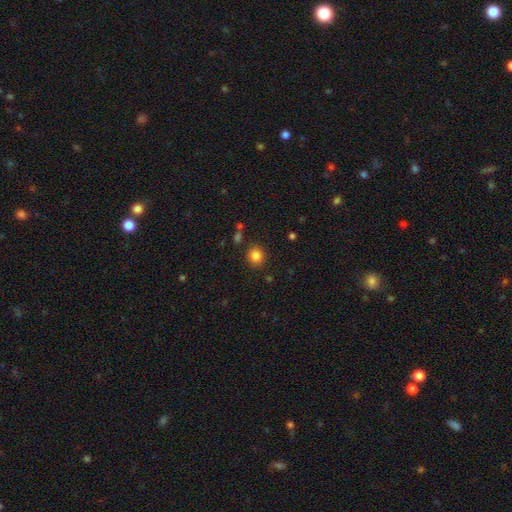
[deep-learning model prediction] smooth-or-featured: smooth: 83% | star or artifact: 12% | featured or disk: 5%
  how-rounded: round: 83% | in between: 16% | cigar-shaped: 1%
  merging: none: 87% | minor disturbance: 7% | merger: 3% | major disturbance: 3%